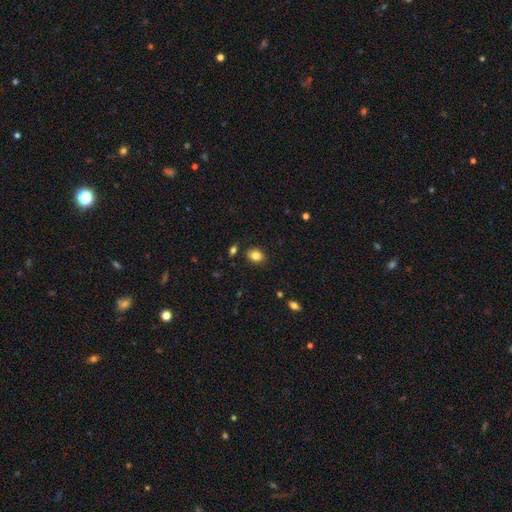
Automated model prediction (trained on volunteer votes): A smooth galaxy with no disk features (83%) that is in between round and cigar-shaped (63%).

Vote fractions:
- Smooth or featured? smooth: 83% / star or artifact: 10% / featured or disk: 7%
- How rounded? in between: 63% / round: 36% / cigar-shaped: 1%
- Merging? none: 84% / minor disturbance: 11% / merger: 3% / major disturbance: 3%